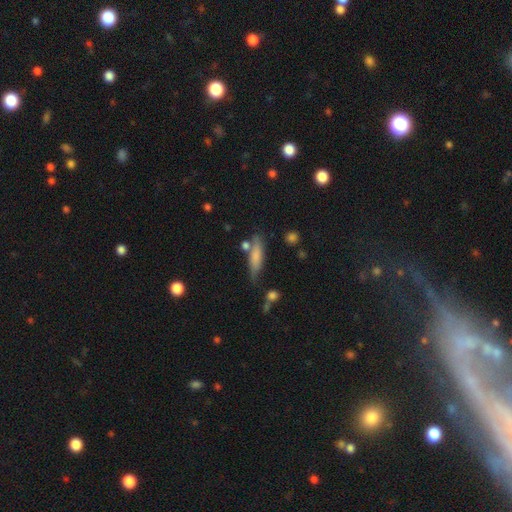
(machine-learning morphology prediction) Smooth or featured? Predicted: smooth (p=0.71). How rounded? Predicted: cigar-shaped (p=0.66). Merging? Predicted: none (p=0.65).